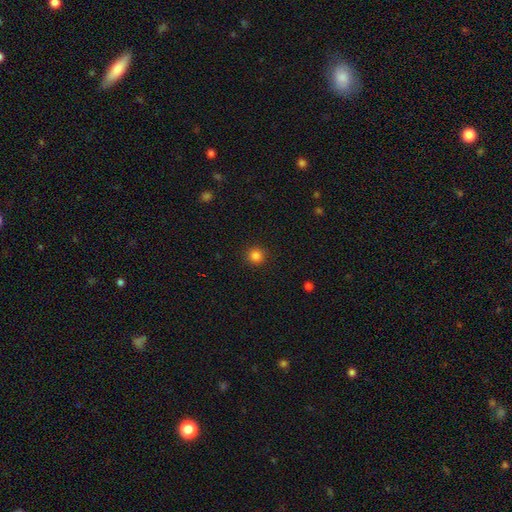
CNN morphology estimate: This appears to be a smooth galaxy with no disk features (84%) that is round (95%). Merging: none (92%).